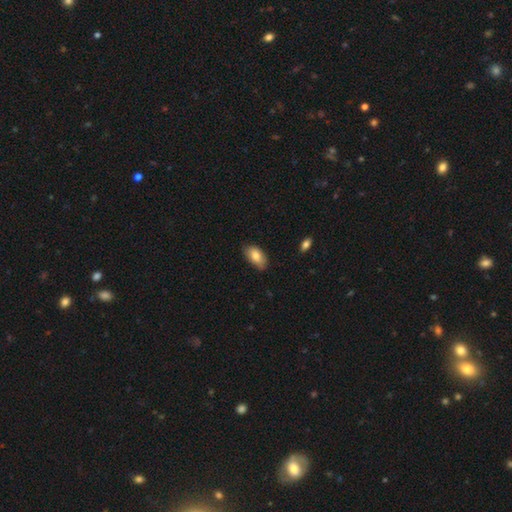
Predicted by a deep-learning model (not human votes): The model was most divided on "merging": none: 77%, minor disturbance: 19%, major disturbance: 2%, merger: 1%. More confident: how rounded — in between (94%); smooth or featured — smooth (82%).